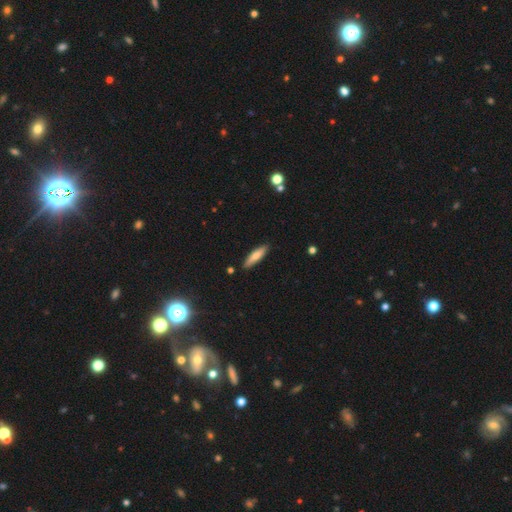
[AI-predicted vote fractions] This is likely a smooth galaxy (73%). How rounded: likely cigar-shaped (72%). Merging: clearly none (88%).